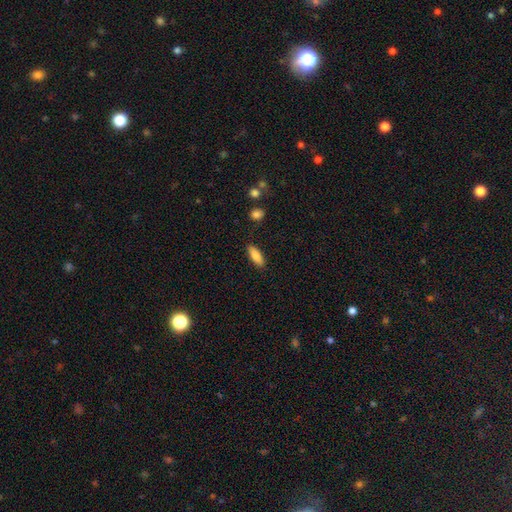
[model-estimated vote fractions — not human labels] Smooth or featured: smooth — 80% (featured or disk — 13%)
How rounded: in between — 61% (cigar-shaped — 37%)
Merging: none — 87% (minor disturbance — 9%)